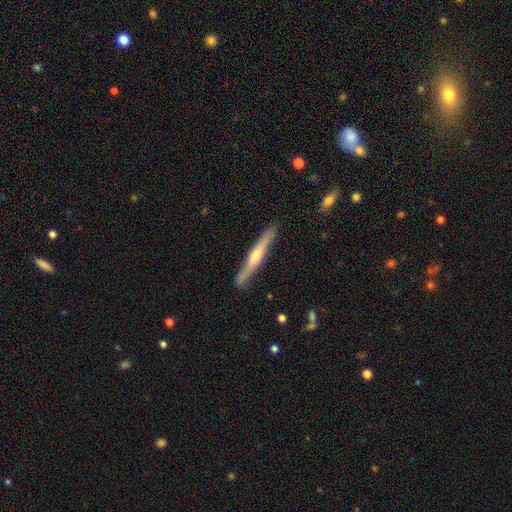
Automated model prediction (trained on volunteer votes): This appears to be a featured or disk galaxy (59%) viewed edge-on (95%) with a rounded central bulge (71%). Merging: none (88%).